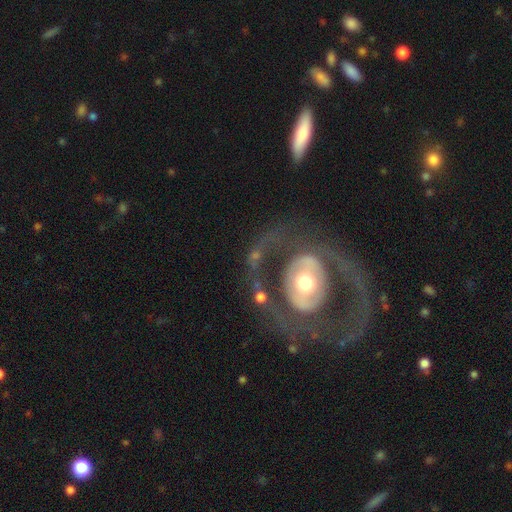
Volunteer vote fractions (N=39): smooth-or-featured: featured or disk: 77% | smooth: 13% | star or artifact: 10%
  disk-edge-on: no: 87% | yes: 13%
    bar: no: 62% | weak: 31% | strong: 8%
    has-spiral-arms: no: 73% | yes: 27%
    bulge-size: moderate: 69% | large: 15% | small: 8% | none: 8% | dominant: 0%
  merging: none: 77% | major disturbance: 20% | minor disturbance: 3% | merger: 0%